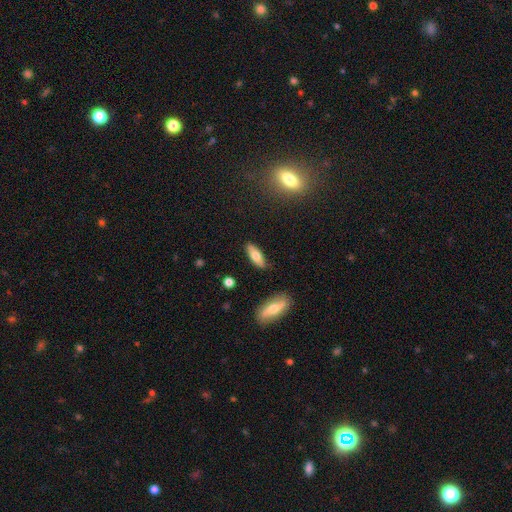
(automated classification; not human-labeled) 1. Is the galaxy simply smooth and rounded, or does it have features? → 67% smooth, 27% featured or disk, 7% star or artifact.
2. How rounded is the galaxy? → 64% in between, 34% cigar-shaped, 3% round.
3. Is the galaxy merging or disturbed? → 85% none, 10% minor disturbance, 2% merger, 2% major disturbance.